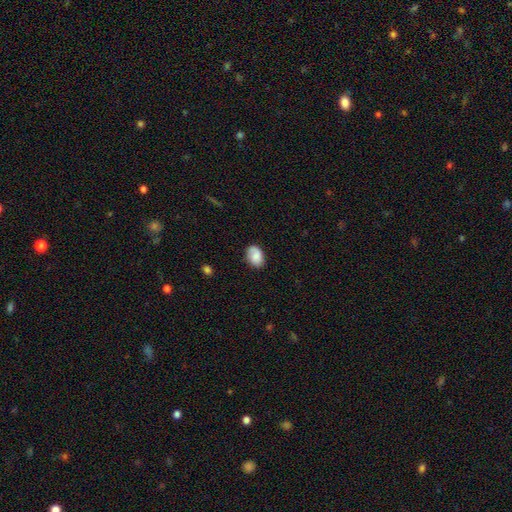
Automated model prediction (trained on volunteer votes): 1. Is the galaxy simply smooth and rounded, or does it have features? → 78% smooth, 15% featured or disk, 7% star or artifact.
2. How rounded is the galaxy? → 80% in between, 19% round, 1% cigar-shaped.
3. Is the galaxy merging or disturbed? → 76% none, 19% minor disturbance, 4% major disturbance, 1% merger.